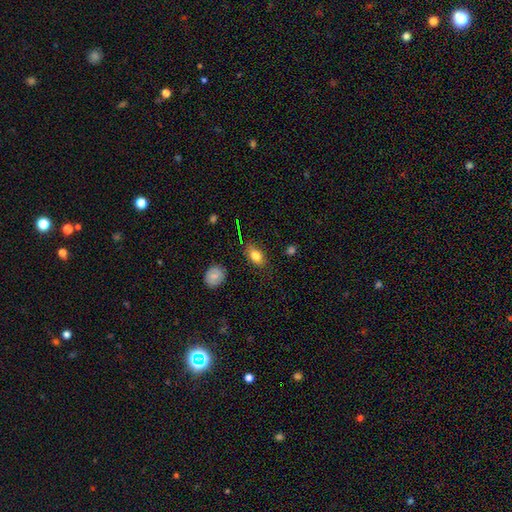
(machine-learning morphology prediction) Smooth or featured? Predicted: smooth (p=0.79). How rounded? Predicted: in between (p=0.84). Merging? Predicted: none (p=0.80).